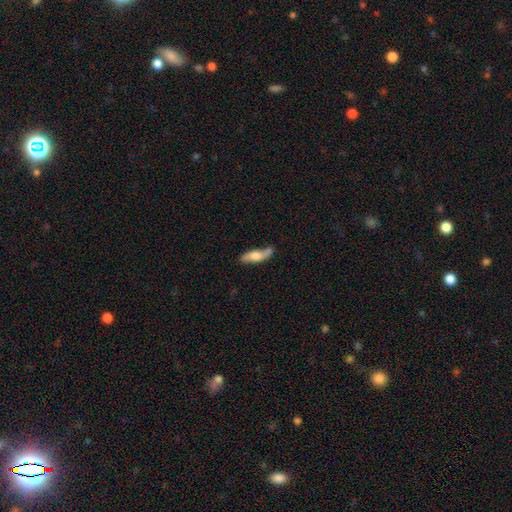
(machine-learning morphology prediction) Q: Smooth or featured?
A: smooth (50%); runner-up: featured or disk (44%)
Q: Merging?
A: none (62%); runner-up: minor disturbance (24%)